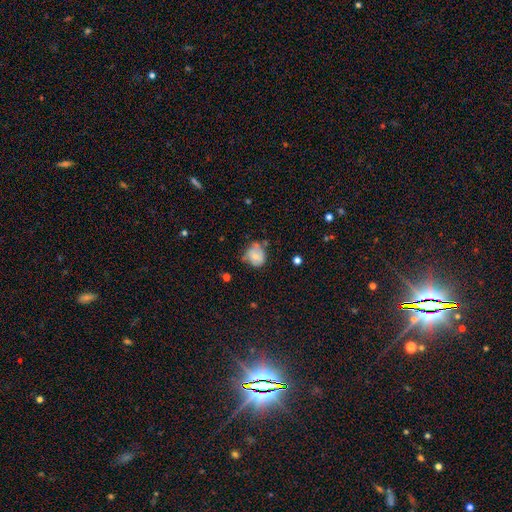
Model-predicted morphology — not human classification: smooth_or_featured: smooth (p=0.55) [alt: featured or disk p=0.36]
how_rounded: round (p=0.56) [alt: in between p=0.43]
merging: none (p=0.42) [alt: minor disturbance p=0.38]